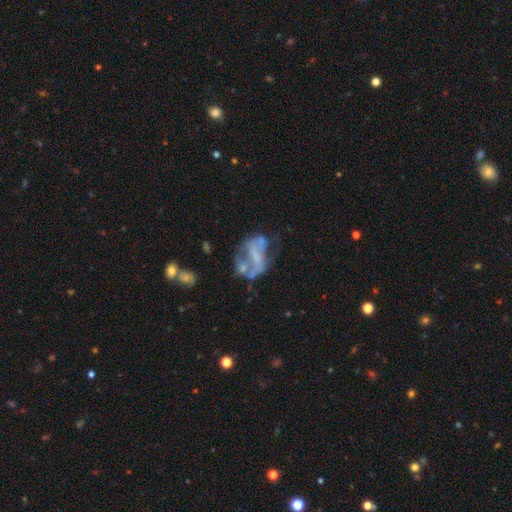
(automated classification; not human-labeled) This is likely a featured or disk galaxy (65%). It is clearly not viewed edge-on (96%). Bar: possibly no (50%). Spiral arm pattern: likely no (66%). Central bulge: possibly none (56%). Merging: marginally none (32%).